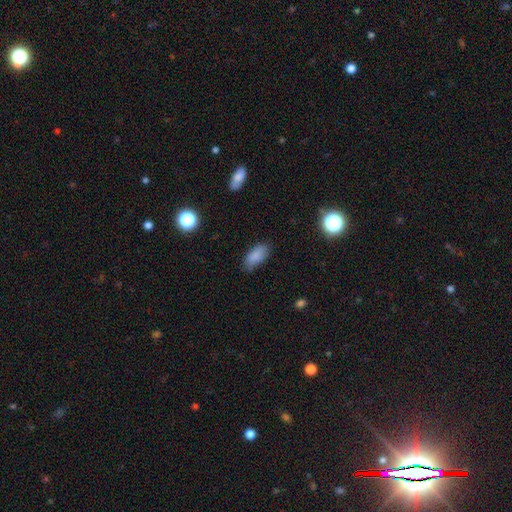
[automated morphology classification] This is clearly a smooth galaxy (84%). How rounded: clearly in between (89%). Merging: likely none (70%).